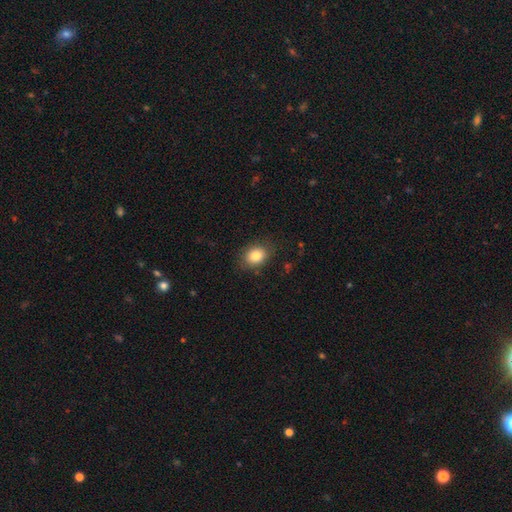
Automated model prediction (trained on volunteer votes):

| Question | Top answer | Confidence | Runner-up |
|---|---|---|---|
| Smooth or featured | smooth | 82% | star or artifact (9%) |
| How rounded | in between | 61% | round (38%) |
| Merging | none | 82% | minor disturbance (13%) |